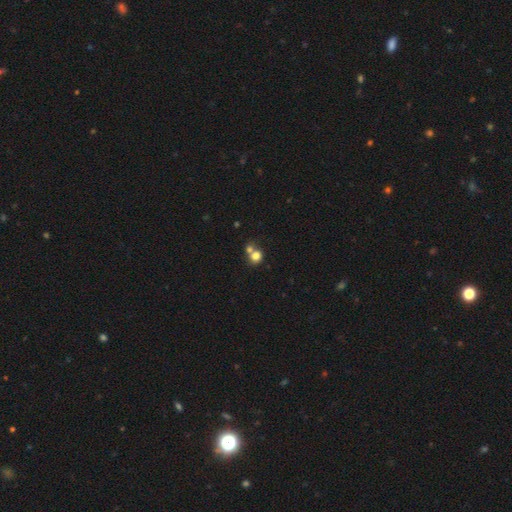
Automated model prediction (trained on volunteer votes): Smooth or featured? smooth (78%)
How rounded? round (79%)
Merging? merger (49%)